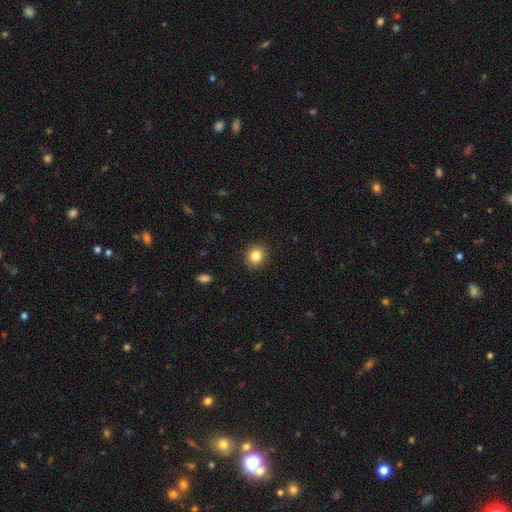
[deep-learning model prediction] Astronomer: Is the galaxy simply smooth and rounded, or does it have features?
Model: smooth — 84%.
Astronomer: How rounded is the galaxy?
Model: round — 85%.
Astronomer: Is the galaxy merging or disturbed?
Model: none — 91%.